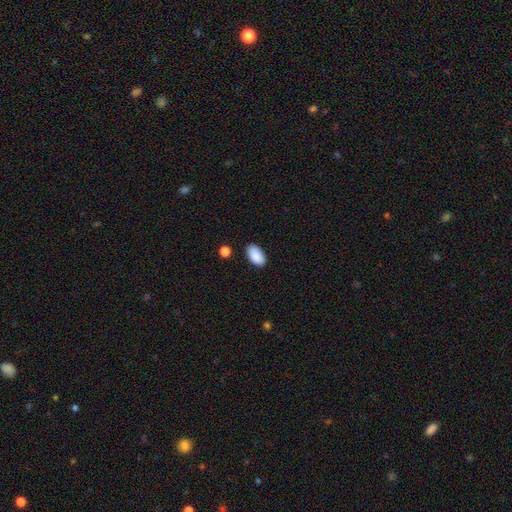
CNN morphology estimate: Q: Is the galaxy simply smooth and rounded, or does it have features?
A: smooth — 90%.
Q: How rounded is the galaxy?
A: in between — 95%.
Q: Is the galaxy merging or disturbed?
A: none — 85%.